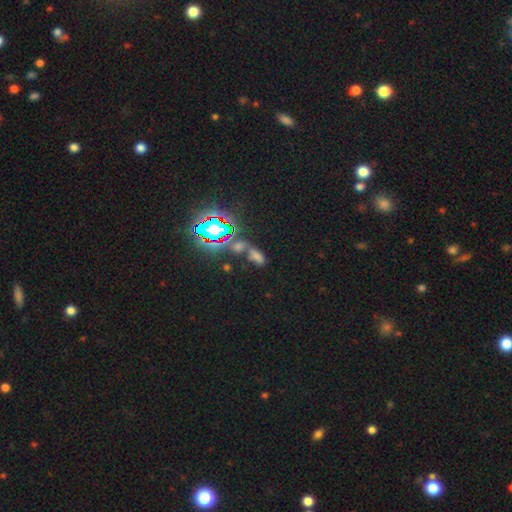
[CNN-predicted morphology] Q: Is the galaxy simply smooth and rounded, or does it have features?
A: smooth — 44%, tied with star or artifact.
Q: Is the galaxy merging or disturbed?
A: none — 46%.